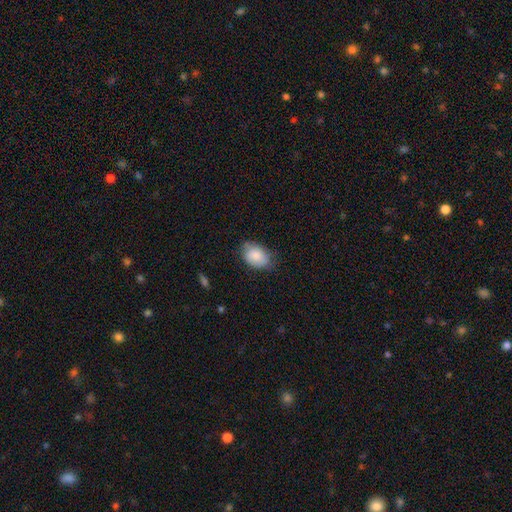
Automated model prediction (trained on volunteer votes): The model was most divided on "merging": none: 65%, minor disturbance: 28%, major disturbance: 6%, merger: 1%. More confident: smooth or featured — smooth (84%); how rounded — in between (82%).